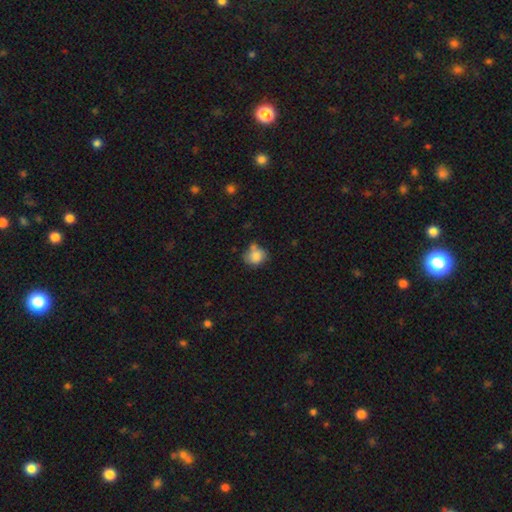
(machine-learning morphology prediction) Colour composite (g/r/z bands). It shows a smooth galaxy with no disk features (81%) that is round (66%). Merging: none (48%).